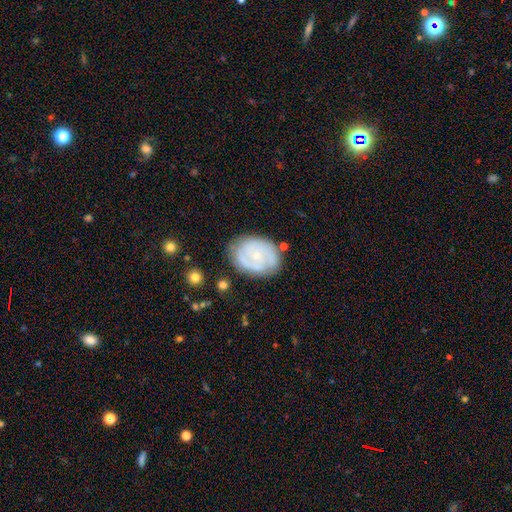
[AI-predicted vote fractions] Smooth or featured? featured or disk (70%)
Edge-on disk? no (97%)
Bar? no (75%)
Spiral arms? yes (83%)
Spiral winding? tight (61%)
Spiral arm count? 2 (45%)
Bulge size? small (71%)
Merging? none (74%)